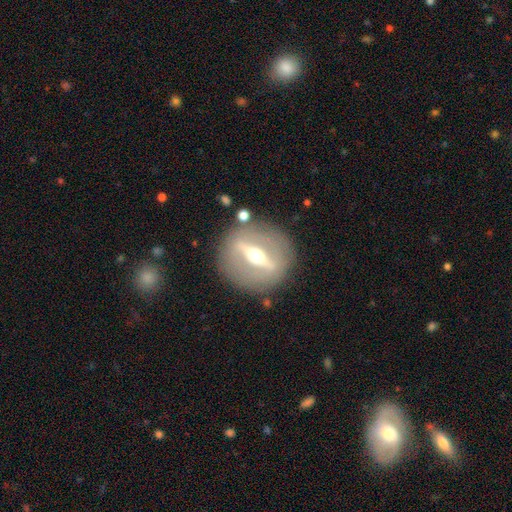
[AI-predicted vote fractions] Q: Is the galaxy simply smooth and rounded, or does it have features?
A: featured or disk — 80%.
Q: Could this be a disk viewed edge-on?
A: no — 50%, tied with yes.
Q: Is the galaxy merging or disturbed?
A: none — 85%.